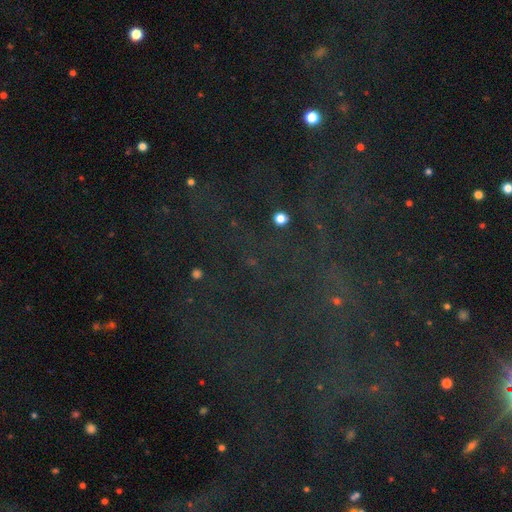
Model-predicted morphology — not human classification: Smooth or featured?
  - star or artifact: 75% *
  - smooth: 13%
  - featured or disk: 12%